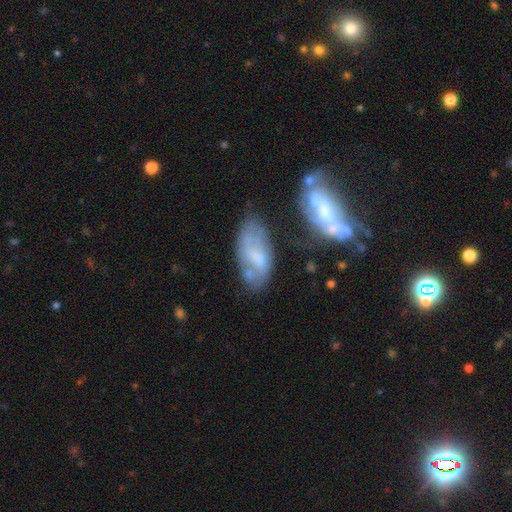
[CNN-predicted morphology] Smooth or featured?
  - featured or disk: 49% *
  - smooth: 43%
  - star or artifact: 9%
Merging?
  - none: 42% *
  - minor disturbance: 24%
  - merger: 19%
  - major disturbance: 14%